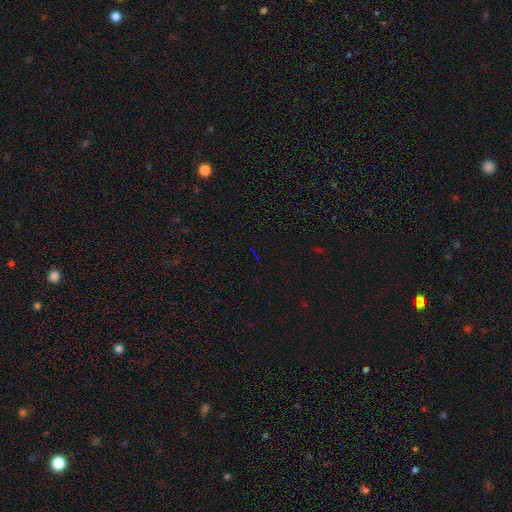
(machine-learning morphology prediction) This appears to be a star or artifact, not a galaxy (75%).